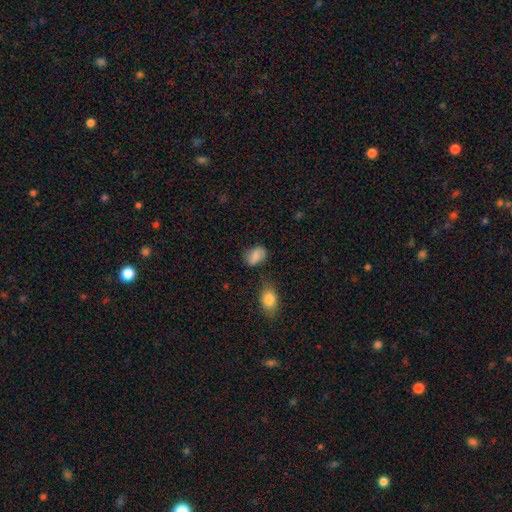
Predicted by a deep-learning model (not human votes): Smooth or featured? smooth (82%)
How rounded? in between (83%)
Merging? none (69%)